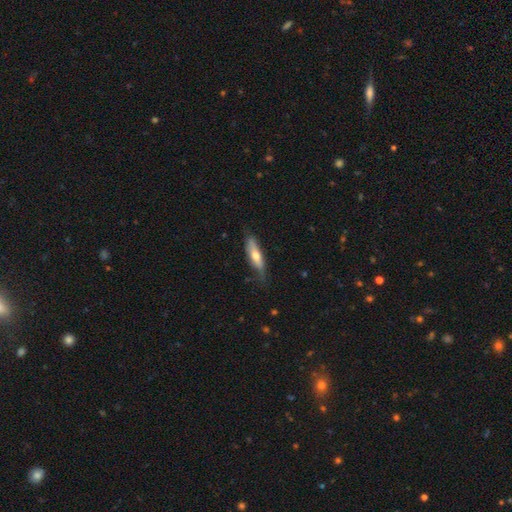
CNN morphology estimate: Overall: smooth (56%; featured or disk 38%). How rounded: cigar-shaped (64%; in between 34%). Merging: none (68%).